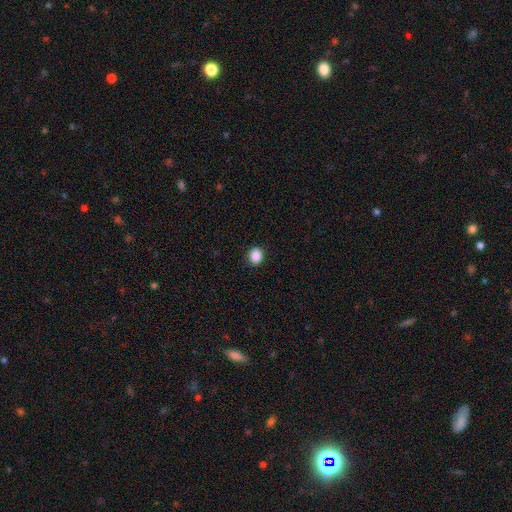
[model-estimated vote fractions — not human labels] A smooth galaxy with no disk features (88%) that is round (70%). Merging: none (91%).